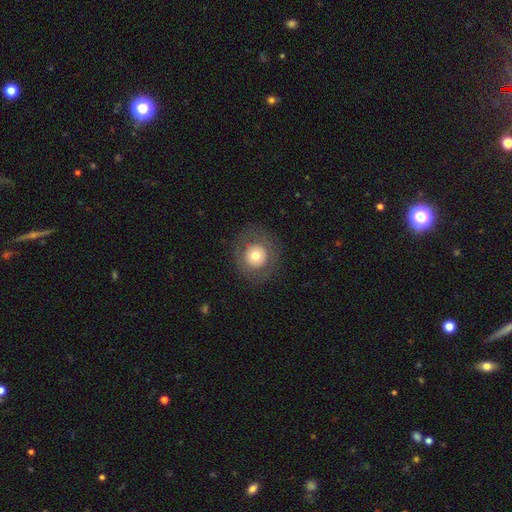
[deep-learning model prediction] Overall: smooth (63%; featured or disk 27%). How rounded: round (91%). Merging: none (83%).